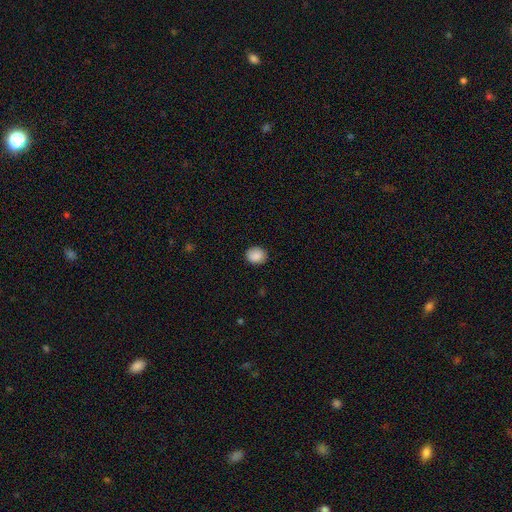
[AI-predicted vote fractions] This appears to be a smooth galaxy with no disk features (88%) that is round (65%). Merging: none (87%).